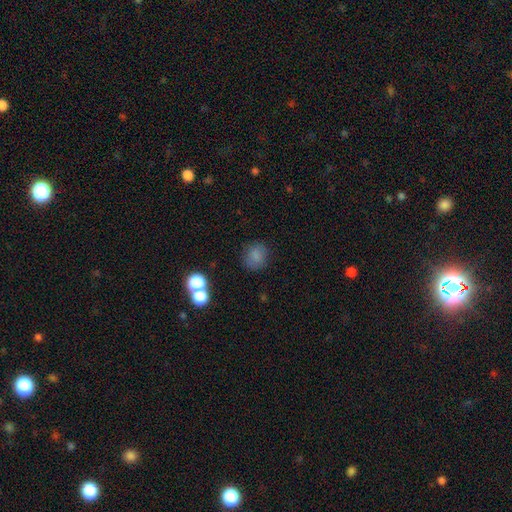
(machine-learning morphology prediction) Smooth or featured? smooth (80%)
How rounded? round (76%)
Merging? none (80%)